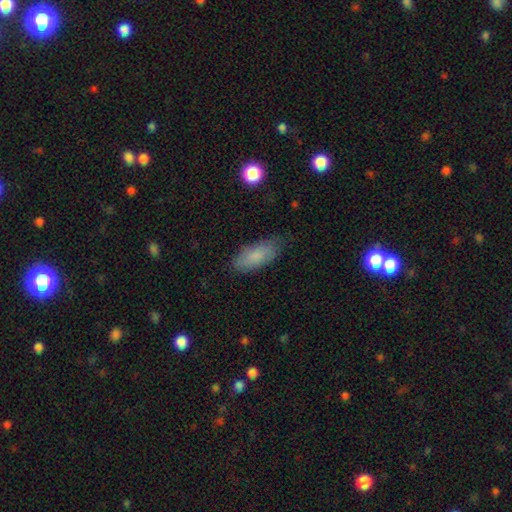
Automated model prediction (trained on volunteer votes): Morphology: type=smooth (83%); roundness=in between (83%); merging=none (72%).